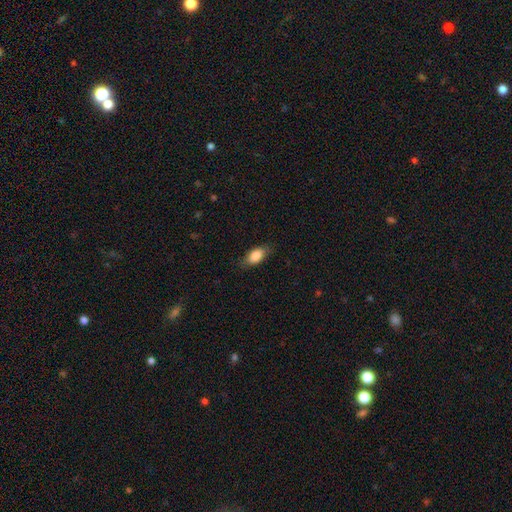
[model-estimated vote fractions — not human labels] smooth 84%, featured or disk 9%, star or artifact 7%. Down the decision tree: how rounded — in between (89%); merging — none (79%).